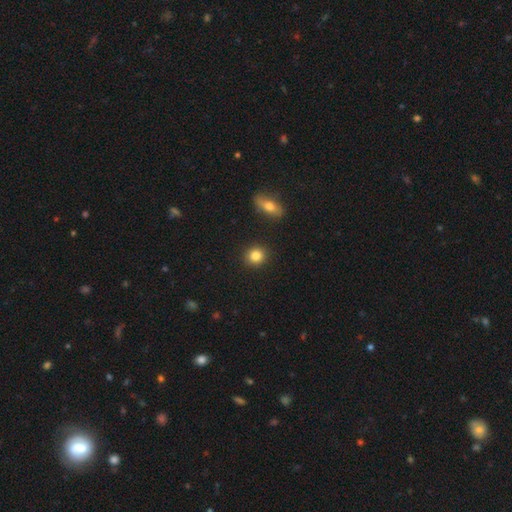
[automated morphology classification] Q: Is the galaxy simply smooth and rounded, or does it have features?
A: smooth — 84%.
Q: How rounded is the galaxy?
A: round — 87%.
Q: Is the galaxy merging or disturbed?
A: none — 90%.